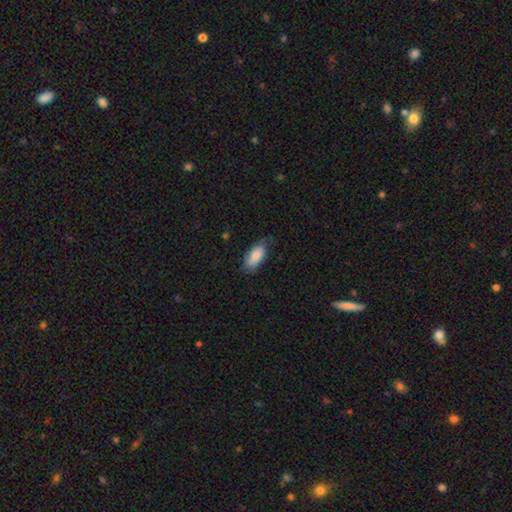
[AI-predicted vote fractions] A smooth galaxy with no disk features (83%) that is in between round and cigar-shaped (90%). Merging: none (65%).